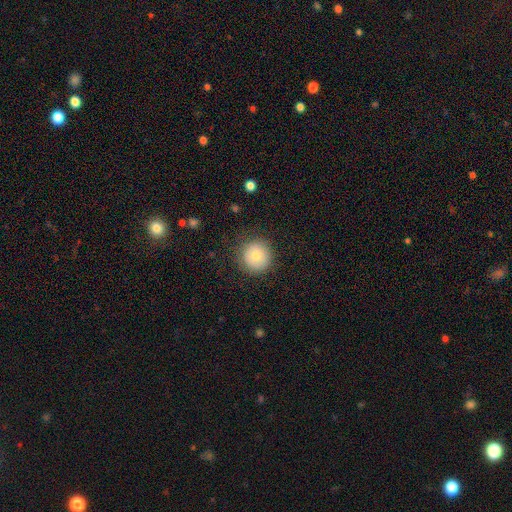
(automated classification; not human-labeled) smooth 77%, featured or disk 14%, star or artifact 9%. Down the decision tree: how rounded — round (94%); merging — none (85%).